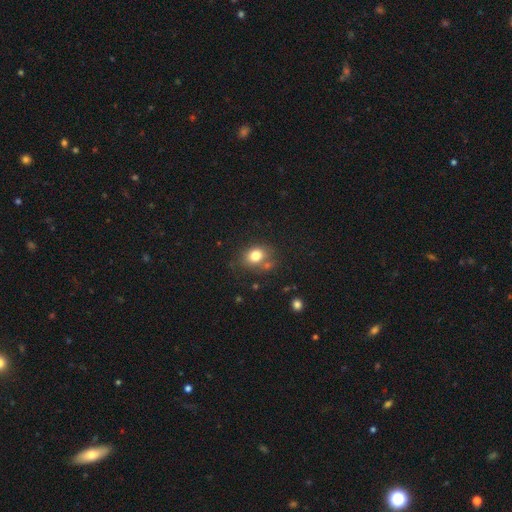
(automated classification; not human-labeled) Overall: smooth (79%). How rounded: round (51%; in between 48%). Merging: none (66%).